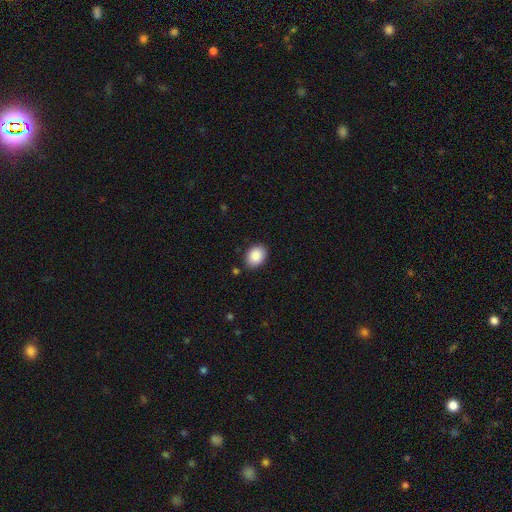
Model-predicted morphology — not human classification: Smooth or featured? smooth (88%)
How rounded? in between (69%)
Merging? none (87%)